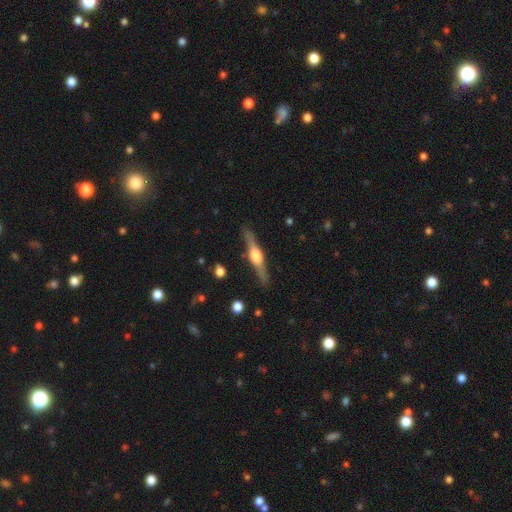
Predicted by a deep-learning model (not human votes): Q: Smooth or featured?
A: featured or disk (80%); runner-up: smooth (15%)
Q: Edge-on disk?
A: yes (98%); runner-up: no (2%)
Q: Edge-on bulge?
A: rounded (90%); runner-up: boxy (8%)
Q: Merging?
A: none (88%); runner-up: minor disturbance (9%)